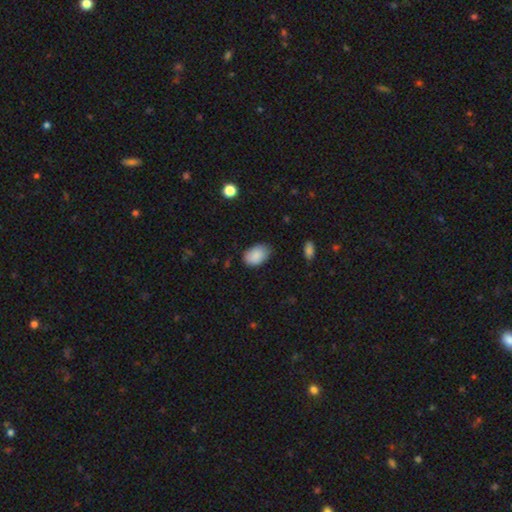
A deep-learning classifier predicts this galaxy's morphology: This is clearly a smooth galaxy (89%). How rounded: clearly in between (89%). Merging: likely none (72%).